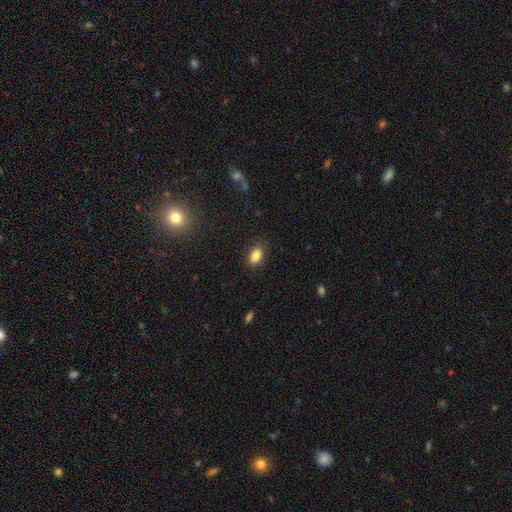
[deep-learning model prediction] This is clearly a smooth galaxy (85%). How rounded: clearly in between (90%). Merging: clearly none (85%).